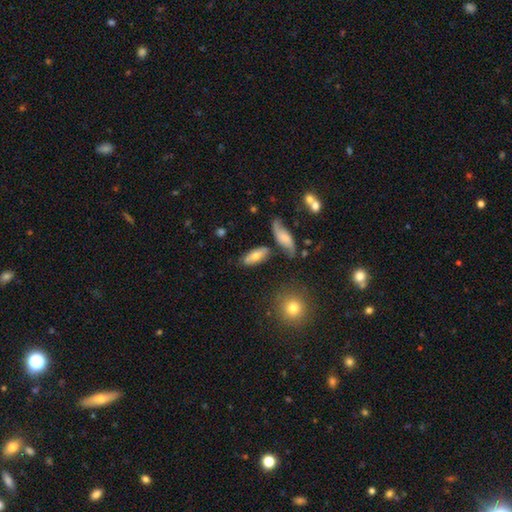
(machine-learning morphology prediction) A smooth galaxy with no disk features (62%) that is in between round and cigar-shaped (80%).

Vote fractions:
- Smooth or featured? smooth: 62% / featured or disk: 30% / star or artifact: 8%
- How rounded? in between: 80% / cigar-shaped: 15% / round: 4%
- Merging? none: 66% / minor disturbance: 19% / merger: 9% / major disturbance: 6%